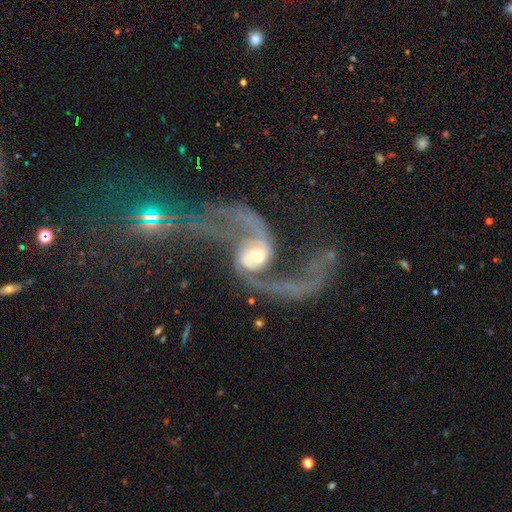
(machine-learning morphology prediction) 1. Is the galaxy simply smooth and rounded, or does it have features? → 91% featured or disk, 5% star or artifact, 4% smooth.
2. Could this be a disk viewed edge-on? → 97% no, 3% yes.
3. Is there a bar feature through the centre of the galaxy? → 47% no, 34% weak, 19% strong.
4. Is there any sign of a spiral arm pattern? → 96% yes, 4% no.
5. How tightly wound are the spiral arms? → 85% loose, 11% medium, 3% tight.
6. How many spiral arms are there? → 94% 2, 2% 1, 1% can't tell, 1% 3, 1% 4, 1% more than 4.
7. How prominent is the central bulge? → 56% moderate, 32% small, 9% large, 2% dominant, 2% none.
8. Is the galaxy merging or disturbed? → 42% none, 32% major disturbance, 13% minor disturbance, 13% merger.